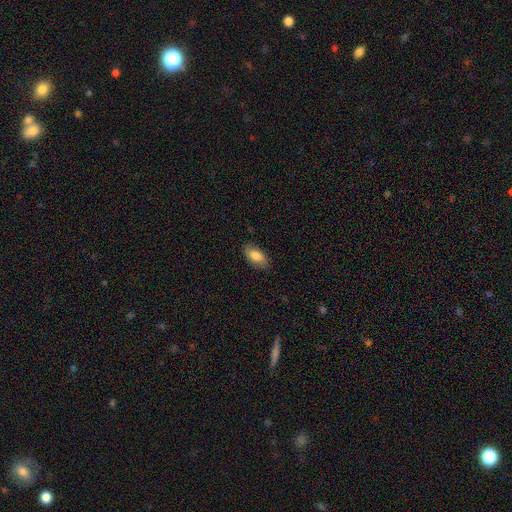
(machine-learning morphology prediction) A smooth galaxy with no disk features (79%) that is in between round and cigar-shaped (92%).

Vote fractions:
- Smooth or featured? smooth: 79% / featured or disk: 14% / star or artifact: 7%
- How rounded? in between: 92% / cigar-shaped: 5% / round: 4%
- Merging? none: 83% / minor disturbance: 13% / major disturbance: 3% / merger: 1%